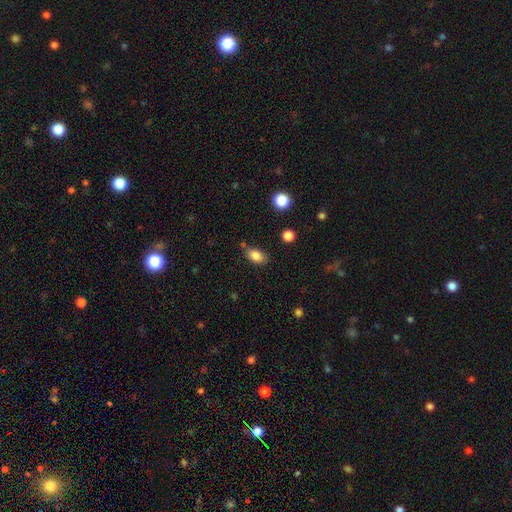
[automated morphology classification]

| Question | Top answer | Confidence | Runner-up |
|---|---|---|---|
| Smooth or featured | smooth | 85% | star or artifact (9%) |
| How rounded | in between | 88% | round (9%) |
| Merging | none | 78% | minor disturbance (14%) |